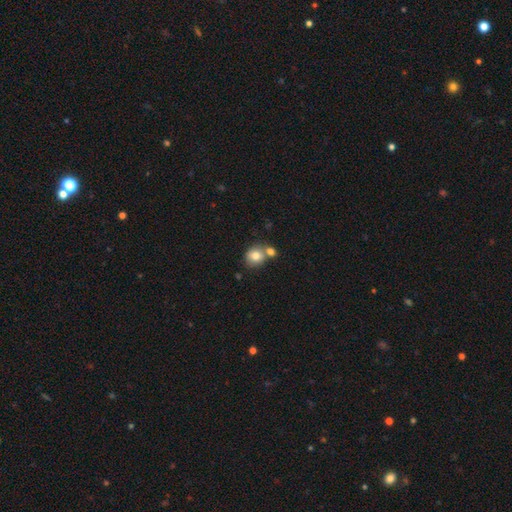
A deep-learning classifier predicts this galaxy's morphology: smooth 80%, featured or disk 11%, star or artifact 10%. Down the decision tree: how rounded — round (75%); merging — none (52%).